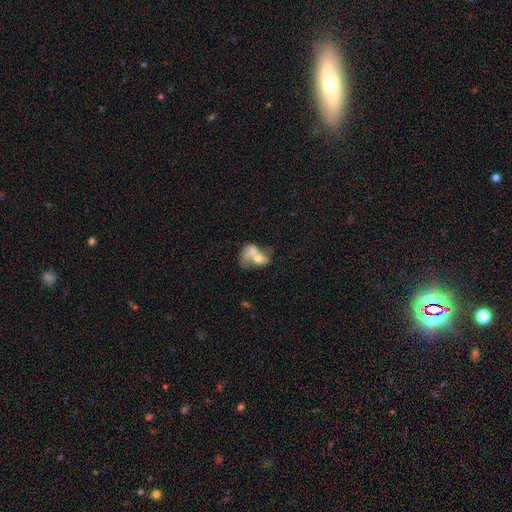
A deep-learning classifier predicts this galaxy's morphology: smooth-or-featured: smooth: 53% | featured or disk: 38% | star or artifact: 9%
  how-rounded: in between: 65% | round: 34% | cigar-shaped: 2%
  merging: merger: 78% | none: 9% | major disturbance: 8% | minor disturbance: 5%